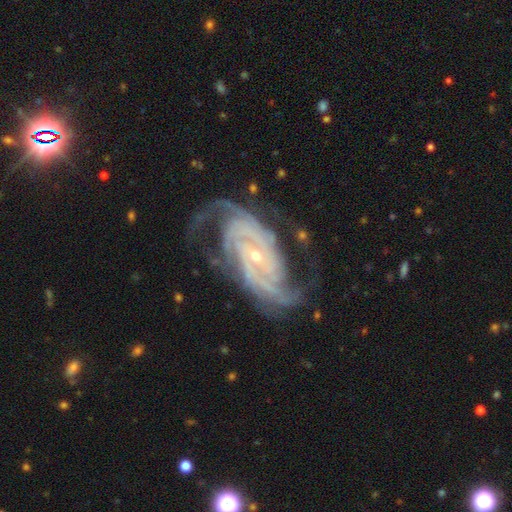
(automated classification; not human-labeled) Smooth or featured?
  - featured or disk: 92% *
  - star or artifact: 5%
  - smooth: 3%
Edge-on disk?
  - no: 97% *
  - yes: 3%
Bar?
  - no: 43% *
  - weak: 35%
  - strong: 21%
Spiral arms?
  - yes: 98% *
  - no: 2%
Spiral winding?
  - tight: 54% *
  - medium: 38%
  - loose: 8%
Spiral arm count?
  - 2: 30% *
  - 3: 26%
  - 4: 17%
  - can't tell: 13%
  - more than 4: 7%
  - 1: 7%
Bulge size?
  - small: 76% *
  - moderate: 21%
  - none: 1%
  - large: 1%
  - dominant: 1%
Merging?
  - none: 68% *
  - minor disturbance: 19%
  - major disturbance: 11%
  - merger: 2%